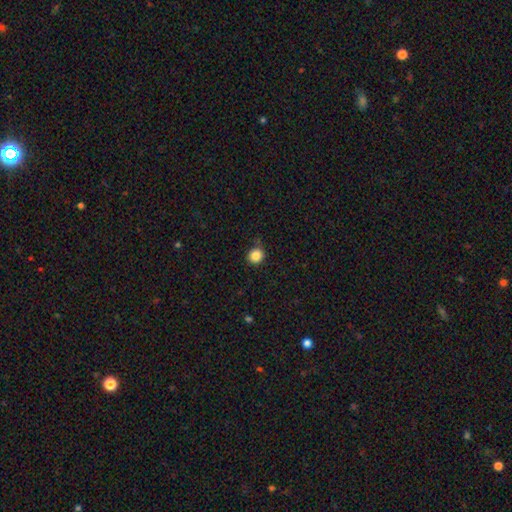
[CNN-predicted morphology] smooth_or_featured: smooth (p=0.85) [alt: star or artifact p=0.11]
how_rounded: round (p=0.88) [alt: in between p=0.11]
merging: none (p=0.81) [alt: minor disturbance p=0.13]